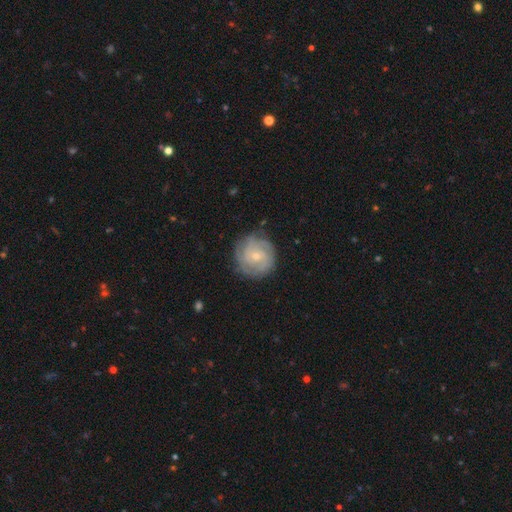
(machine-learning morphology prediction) Smooth or featured? Predicted: featured or disk (p=0.75). Edge-on disk? Predicted: no (p=0.98). Bar? Predicted: no (p=0.70). Spiral arms? Predicted: yes (p=0.91). Spiral winding? Predicted: tight (p=0.70). Spiral arm count? Predicted: can't tell (p=0.36). Bulge size? Predicted: small (p=0.71). Merging? Predicted: none (p=0.80).